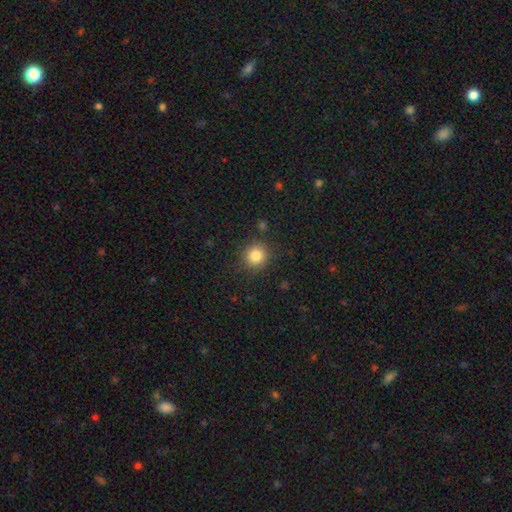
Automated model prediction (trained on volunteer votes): Overall: smooth (83%). How rounded: round (90%). Merging: none (88%).